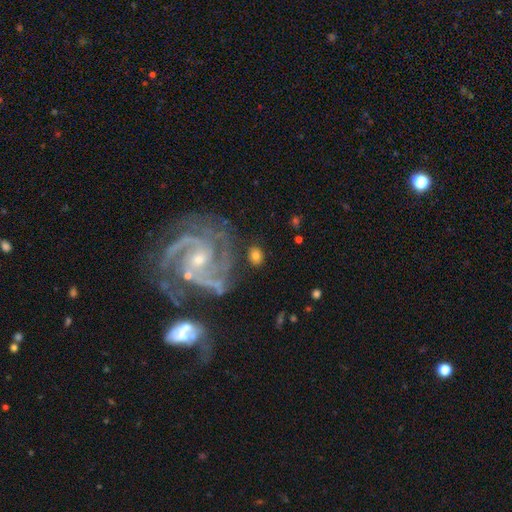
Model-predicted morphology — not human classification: Overall: smooth (54%; featured or disk 38%). How rounded: in between (55%; round 43%). Merging: none (78%).